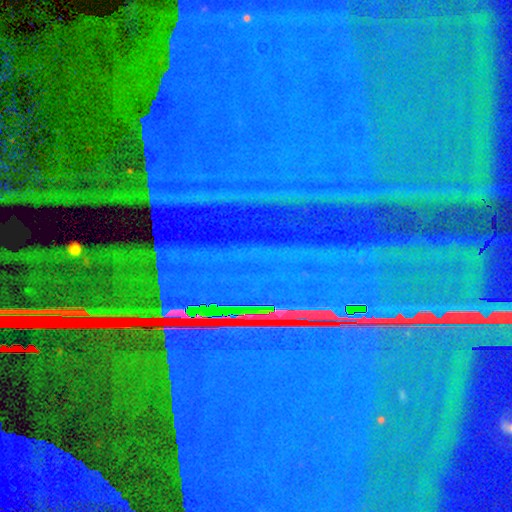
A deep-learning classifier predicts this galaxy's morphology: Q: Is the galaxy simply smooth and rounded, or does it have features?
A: star or artifact — 88%.